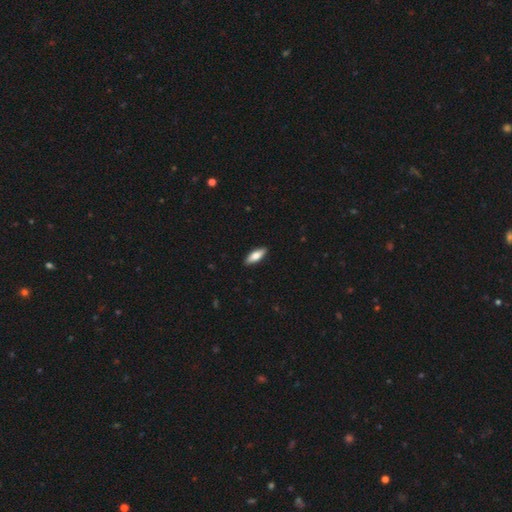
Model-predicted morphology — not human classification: Smooth or featured: smooth — 72% (featured or disk — 23%)
How rounded: in between — 61% (cigar-shaped — 37%)
Merging: none — 90% (minor disturbance — 7%)